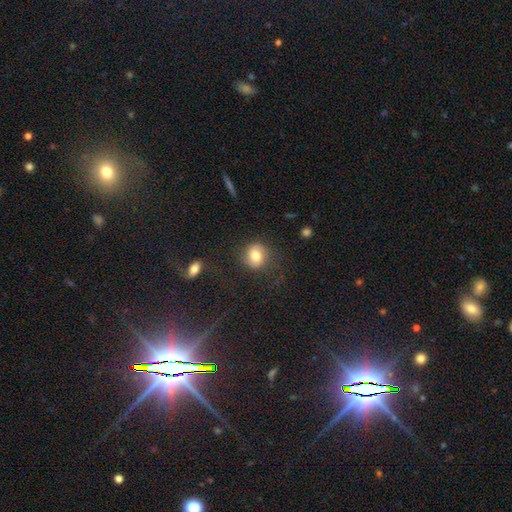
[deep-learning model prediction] Smooth or featured? Predicted: smooth (p=0.69). How rounded? Predicted: round (p=0.69). Merging? Predicted: none (p=0.72).